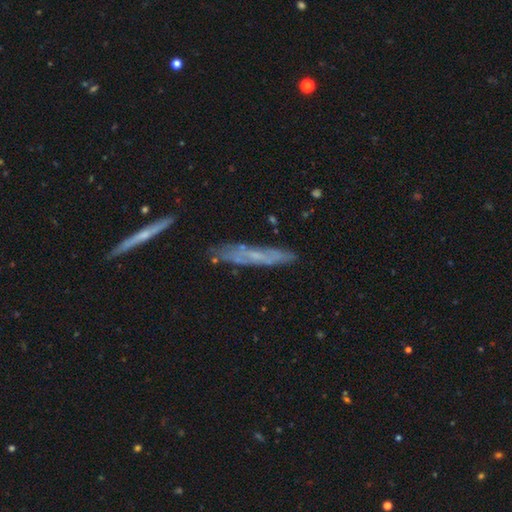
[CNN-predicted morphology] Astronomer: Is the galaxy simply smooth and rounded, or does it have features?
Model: featured or disk — 52% (runner-up: smooth, 38%).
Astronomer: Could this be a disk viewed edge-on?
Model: yes — 71%.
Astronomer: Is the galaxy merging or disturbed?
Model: none — 73%.